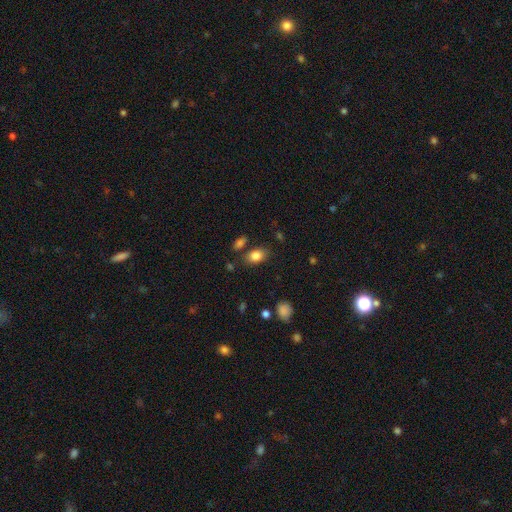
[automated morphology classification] A smooth galaxy with no disk features (83%) that is in between round and cigar-shaped (82%).

Vote fractions:
- Smooth or featured? smooth: 83% / star or artifact: 9% / featured or disk: 8%
- How rounded? in between: 82% / round: 16% / cigar-shaped: 2%
- Merging? none: 77% / minor disturbance: 13% / merger: 6% / major disturbance: 4%